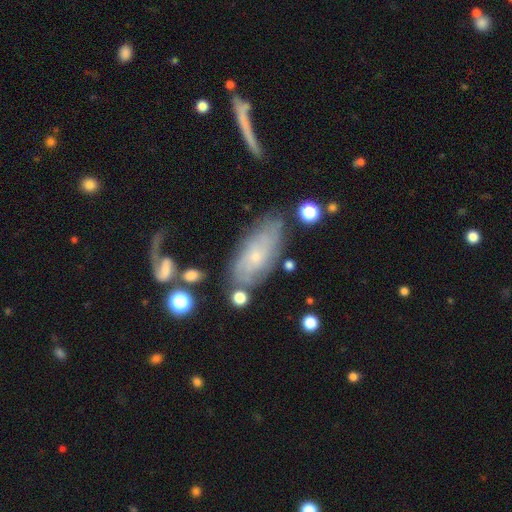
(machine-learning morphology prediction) Smooth or featured? featured or disk (58%)
Edge-on disk? no (85%)
Merging? none (65%)